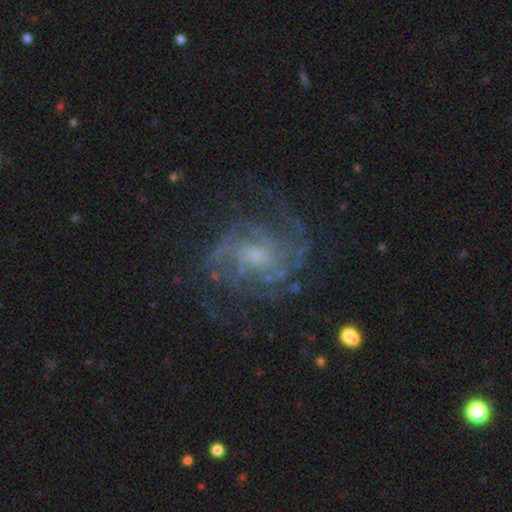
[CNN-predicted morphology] smooth-or-featured: featured or disk: 87% | star or artifact: 7% | smooth: 6%
  disk-edge-on: no: 98% | yes: 2%
    bar: no: 52% | weak: 40% | strong: 8%
    has-spiral-arms: yes: 96% | no: 4%
      spiral-winding: tight: 45% | medium: 43% | loose: 11%
      spiral-arm-count: 2: 29% | can't tell: 26% | 3: 22% | 4: 11% | more than 4: 7% | 1: 6%
    bulge-size: small: 45% | moderate: 38% | none: 11% | large: 5% | dominant: 1%
  merging: none: 70% | minor disturbance: 16% | major disturbance: 13% | merger: 1%